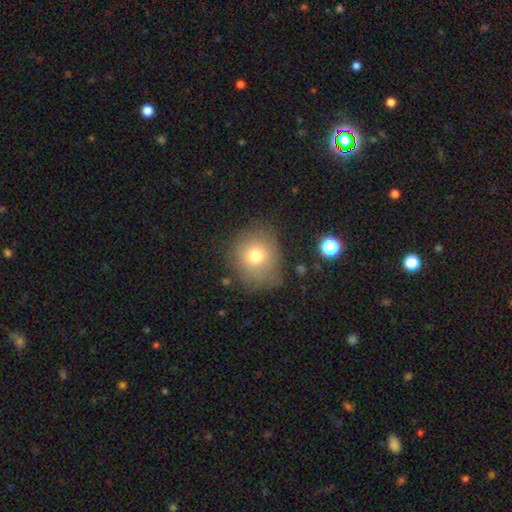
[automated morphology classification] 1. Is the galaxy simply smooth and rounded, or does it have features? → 73% smooth, 14% featured or disk, 13% star or artifact.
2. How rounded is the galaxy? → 79% round, 20% in between, 1% cigar-shaped.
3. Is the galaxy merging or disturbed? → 74% none, 17% minor disturbance, 7% major disturbance, 2% merger.